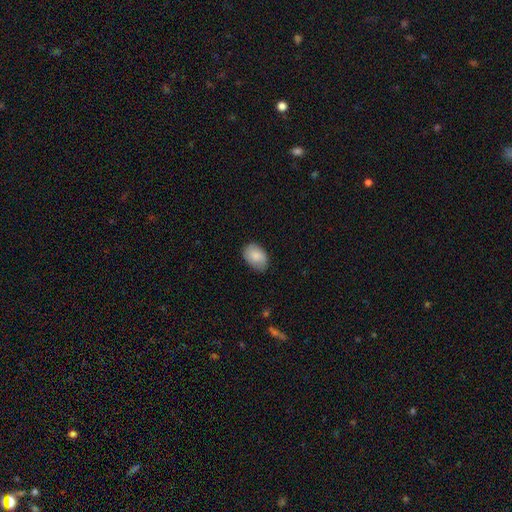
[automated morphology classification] Smooth or featured? smooth (85%)
How rounded? in between (84%)
Merging? none (77%)